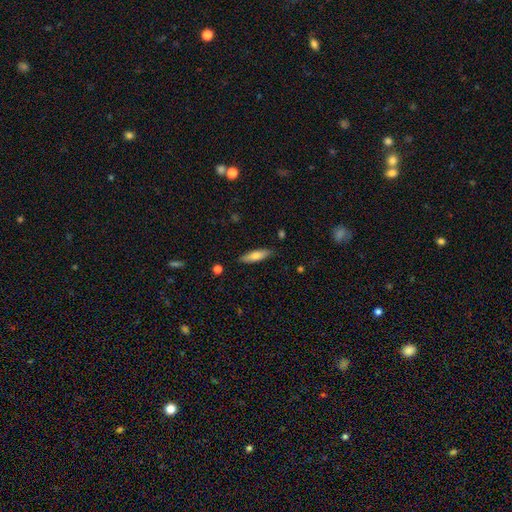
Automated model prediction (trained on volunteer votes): smooth 73%, featured or disk 21%, star or artifact 6%. Down the decision tree: how rounded — cigar-shaped (60%); merging — none (87%).